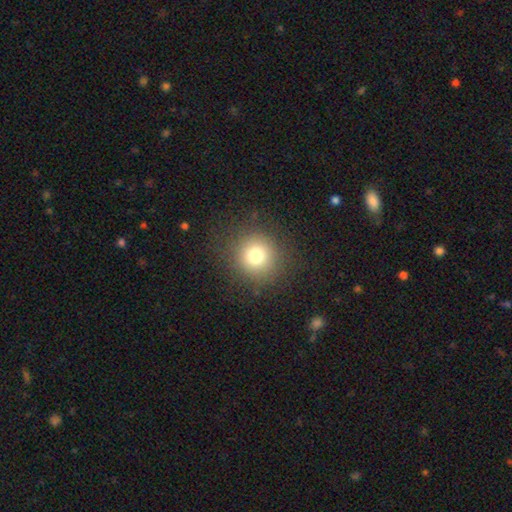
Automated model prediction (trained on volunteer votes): The model was most divided on "smooth or featured": smooth: 76%, star or artifact: 15%, featured or disk: 9%. More confident: how rounded — round (94%); merging — none (88%).